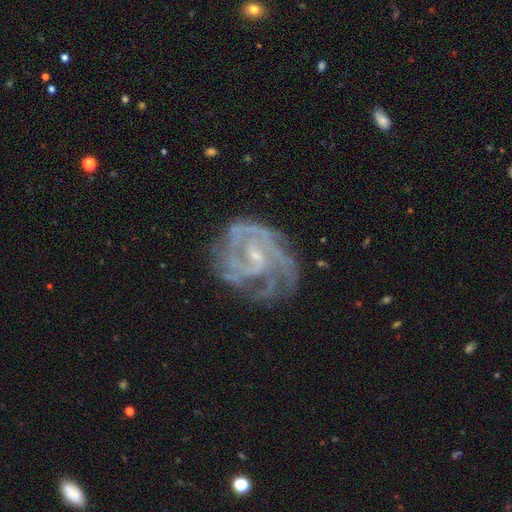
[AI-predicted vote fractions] A featured or disk galaxy (87%) with a weak bar (48%), 3 (31%) tight (55%) spiral arms (95%) and a small central bulge (68%).

Vote fractions:
- Smooth or featured? featured or disk: 87% / star or artifact: 7% / smooth: 6%
- Edge-on disk? no: 98% / yes: 2%
- Bar? weak: 48% / no: 39% / strong: 13%
- Spiral arms? yes: 95% / no: 5%
- Spiral winding? tight: 55% / medium: 37% / loose: 8%
- Spiral arm count? 3: 31% / can't tell: 23% / 2: 19% / 4: 15% / 1: 6% / more than 4: 6%
- Bulge size? small: 68% / moderate: 22% / none: 8% / large: 1% / dominant: 1%
- Merging? none: 62% / minor disturbance: 21% / major disturbance: 15% / merger: 2%